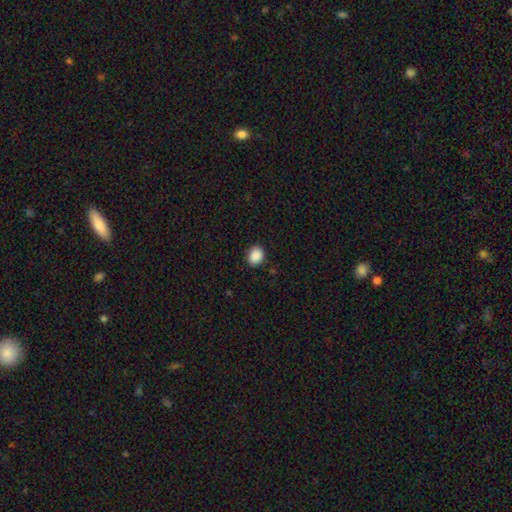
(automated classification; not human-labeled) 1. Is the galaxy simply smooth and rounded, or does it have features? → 89% smooth, 8% star or artifact, 3% featured or disk.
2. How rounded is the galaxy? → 53% round, 46% in between, 1% cigar-shaped.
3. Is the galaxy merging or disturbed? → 88% none, 8% minor disturbance, 2% major disturbance, 1% merger.